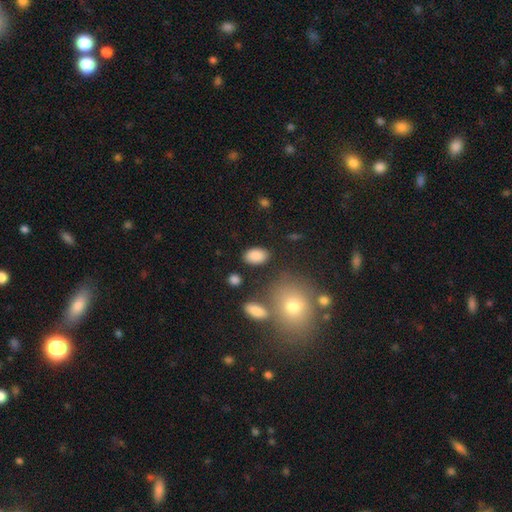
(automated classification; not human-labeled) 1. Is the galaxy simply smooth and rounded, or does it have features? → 86% smooth, 8% star or artifact, 6% featured or disk.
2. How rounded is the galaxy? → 90% in between, 8% round, 1% cigar-shaped.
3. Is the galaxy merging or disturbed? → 83% none, 10% minor disturbance, 3% major disturbance, 3% merger.